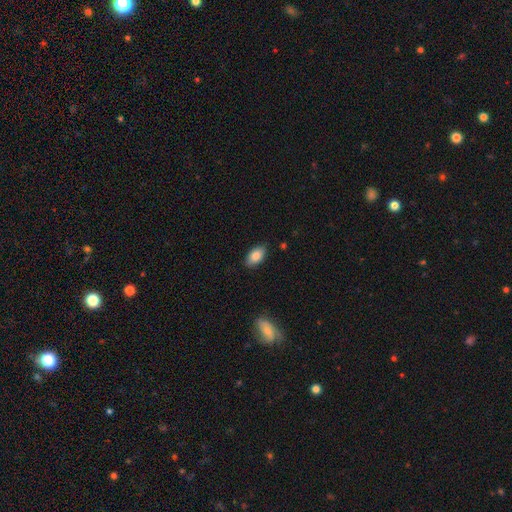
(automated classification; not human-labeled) Q: Smooth or featured?
A: smooth (84%); runner-up: featured or disk (8%)
Q: How rounded?
A: in between (93%); runner-up: round (5%)
Q: Merging?
A: none (85%); runner-up: minor disturbance (11%)